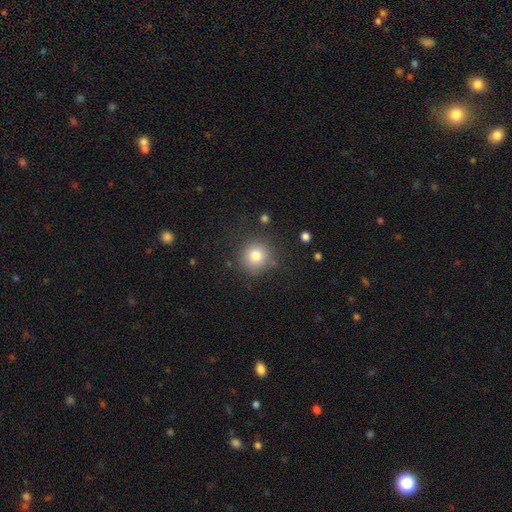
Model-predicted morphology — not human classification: smooth 79%, star or artifact 12%, featured or disk 9%. Down the decision tree: how rounded — round (91%); merging — none (80%).